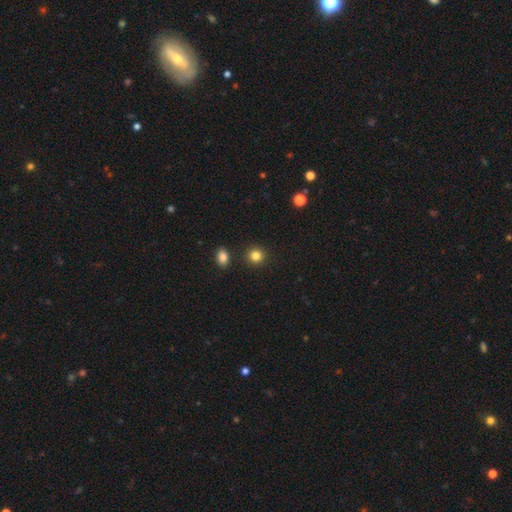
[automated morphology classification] smooth_or_featured: smooth (p=0.84) [alt: star or artifact p=0.11]
how_rounded: round (p=0.90) [alt: in between p=0.09]
merging: none (p=0.90) [alt: minor disturbance p=0.05]